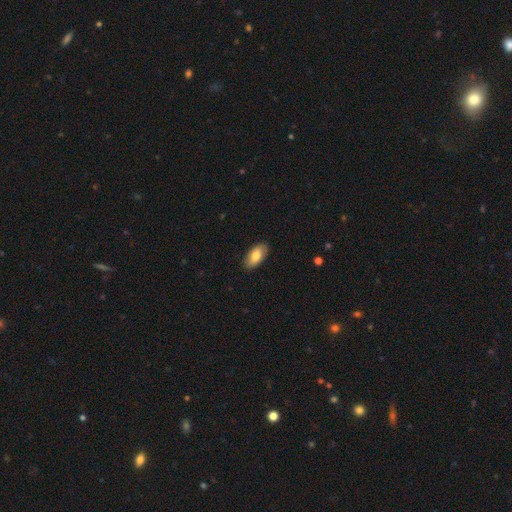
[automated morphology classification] A smooth galaxy with no disk features (76%) that is in between round and cigar-shaped (93%).

Vote fractions:
- Smooth or featured? smooth: 76% / featured or disk: 18% / star or artifact: 6%
- How rounded? in between: 93% / cigar-shaped: 4% / round: 3%
- Merging? none: 85% / minor disturbance: 12% / major disturbance: 2% / merger: 1%